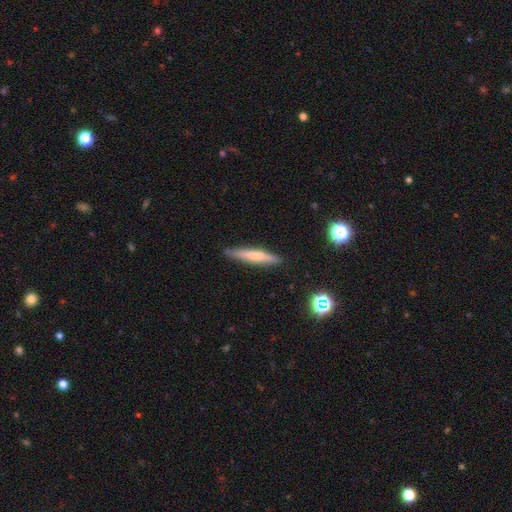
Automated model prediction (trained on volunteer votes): smooth_or_featured: smooth (p=0.55) [alt: featured or disk p=0.38]
how_rounded: cigar-shaped (p=0.90) [alt: in between p=0.08]
merging: none (p=0.84) [alt: minor disturbance p=0.12]